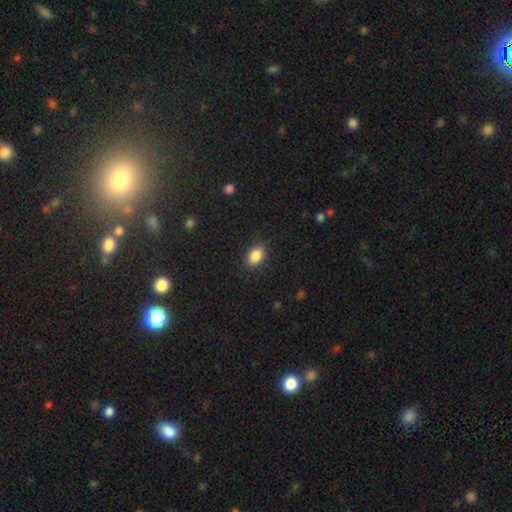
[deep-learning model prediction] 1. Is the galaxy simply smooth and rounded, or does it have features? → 87% smooth, 8% star or artifact, 4% featured or disk.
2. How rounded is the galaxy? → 86% in between, 12% round, 2% cigar-shaped.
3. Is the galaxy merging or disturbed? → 88% none, 8% minor disturbance, 2% major disturbance, 1% merger.